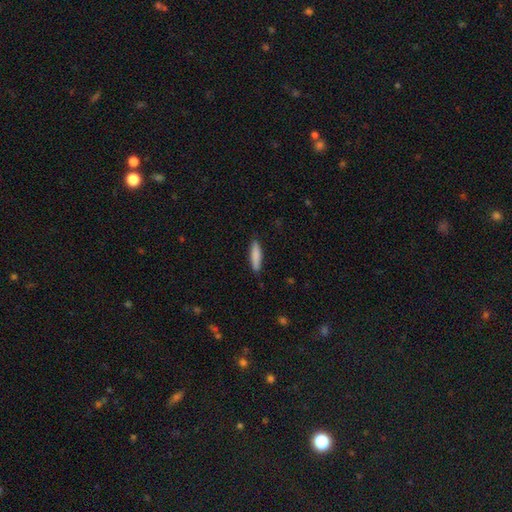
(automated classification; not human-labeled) Overall: smooth (84%). How rounded: cigar-shaped (76%). Merging: none (87%).